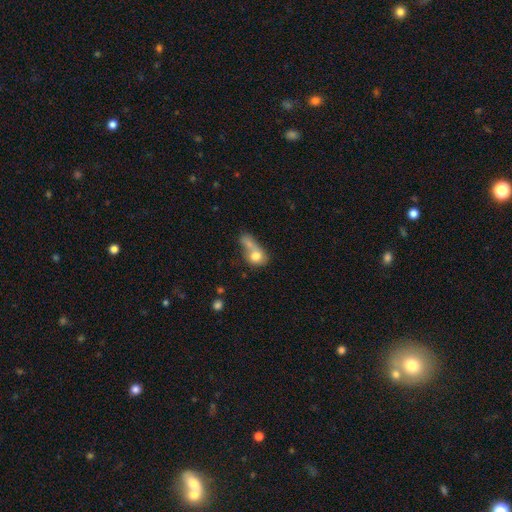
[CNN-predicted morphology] Smooth or featured: smooth — 73% (featured or disk — 18%)
How rounded: in between — 49% (round — 46%)
Merging: merger — 54% (none — 19%)